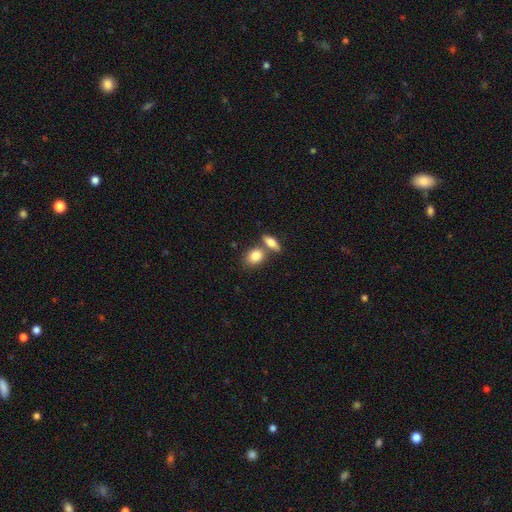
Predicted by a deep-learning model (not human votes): smooth-or-featured: smooth: 83% | featured or disk: 10% | star or artifact: 7%
  how-rounded: in between: 68% | round: 28% | cigar-shaped: 3%
  merging: none: 50% | merger: 36% | minor disturbance: 11% | major disturbance: 3%